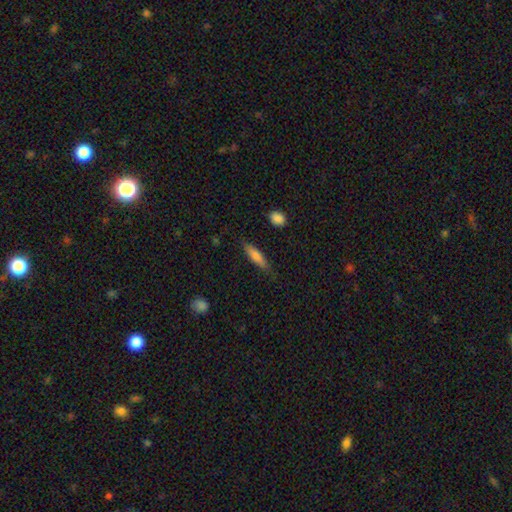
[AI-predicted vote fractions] A smooth galaxy with no disk features (74%) that is cigar-shaped (71%). Merging: none (79%).